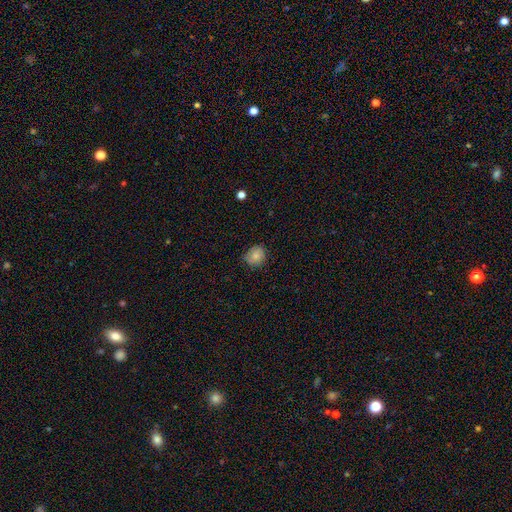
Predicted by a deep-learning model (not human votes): smooth_or_featured: smooth (p=0.79) [alt: featured or disk p=0.12]
how_rounded: round (p=0.69) [alt: in between p=0.30]
merging: none (p=0.72) [alt: minor disturbance p=0.23]